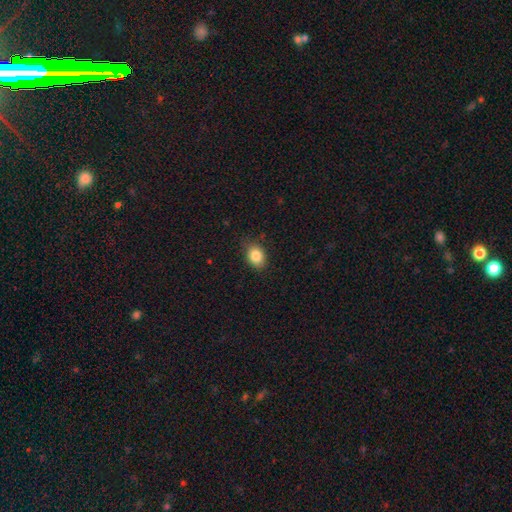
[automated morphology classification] Smooth or featured?
  - smooth: 85% *
  - star or artifact: 9%
  - featured or disk: 6%
How rounded?
  - in between: 67% *
  - round: 32%
  - cigar-shaped: 1%
Merging?
  - none: 78% *
  - minor disturbance: 18%
  - major disturbance: 3%
  - merger: 1%